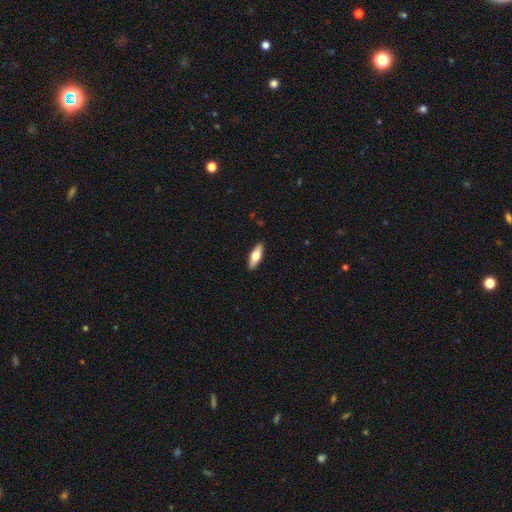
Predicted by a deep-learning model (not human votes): smooth 57%, featured or disk 38%, star or artifact 5%. Down the decision tree: how rounded — in between (55%); merging — none (91%).